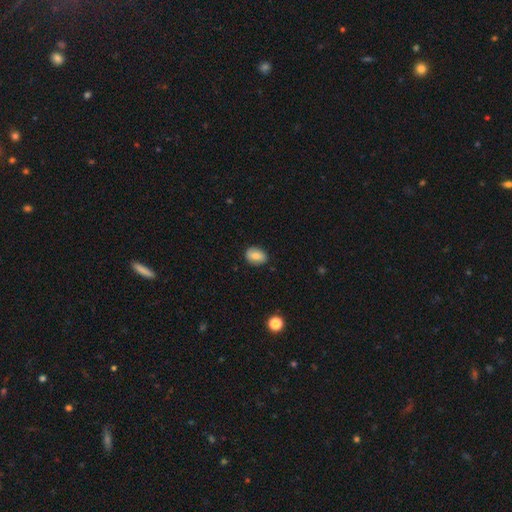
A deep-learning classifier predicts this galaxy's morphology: This is likely a smooth galaxy (80%). How rounded: likely in between (78%). Merging: clearly none (84%).